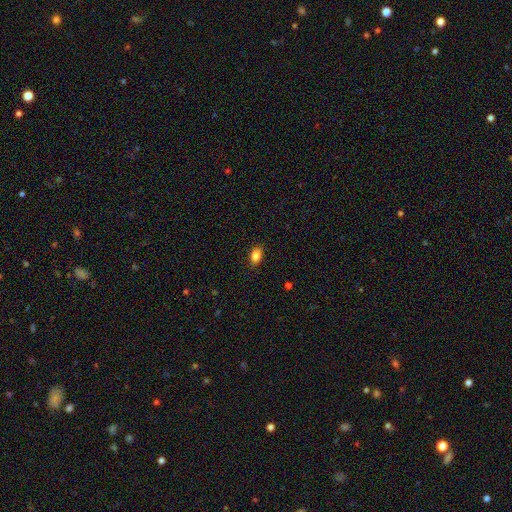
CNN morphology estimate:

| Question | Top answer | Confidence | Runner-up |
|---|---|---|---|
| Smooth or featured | smooth | 84% | star or artifact (9%) |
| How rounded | in between | 85% | round (11%) |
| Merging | none | 85% | minor disturbance (12%) |